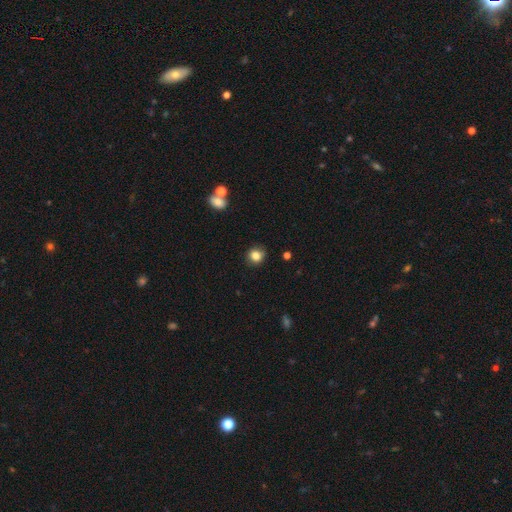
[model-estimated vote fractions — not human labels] Smooth or featured?
  - smooth: 82% *
  - star or artifact: 11%
  - featured or disk: 7%
How rounded?
  - round: 81% *
  - in between: 18%
  - cigar-shaped: 1%
Merging?
  - none: 84% *
  - minor disturbance: 12%
  - major disturbance: 3%
  - merger: 2%